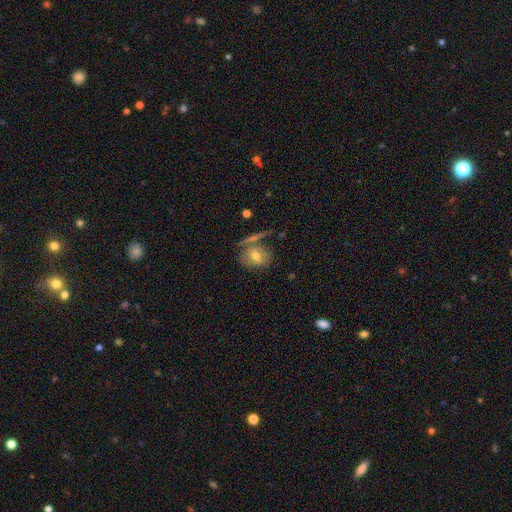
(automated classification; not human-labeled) smooth-or-featured: smooth: 62% | featured or disk: 29% | star or artifact: 10%
  how-rounded: round: 49% | in between: 48% | cigar-shaped: 3%
  merging: none: 57% | merger: 19% | minor disturbance: 16% | major disturbance: 8%